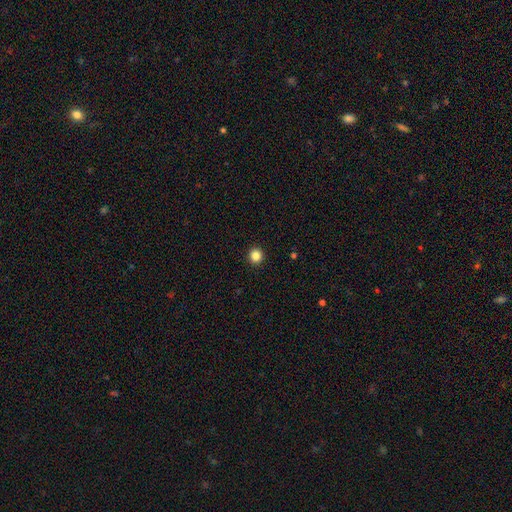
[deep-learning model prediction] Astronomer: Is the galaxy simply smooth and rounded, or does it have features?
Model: smooth — 85%.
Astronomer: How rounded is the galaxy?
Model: round — 93%.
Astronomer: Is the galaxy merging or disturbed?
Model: none — 94%.